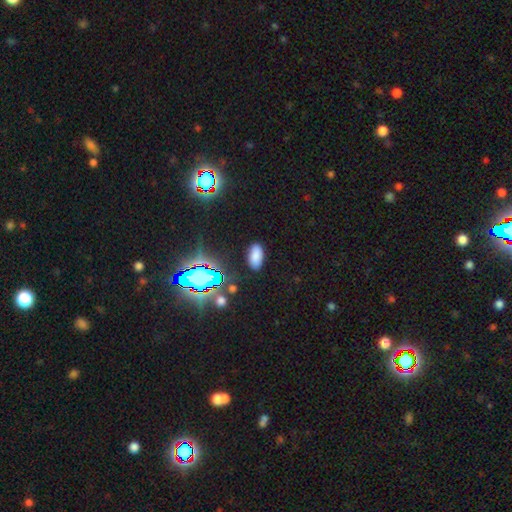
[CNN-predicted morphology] Smooth or featured? smooth (76%)
How rounded? in between (93%)
Merging? none (87%)